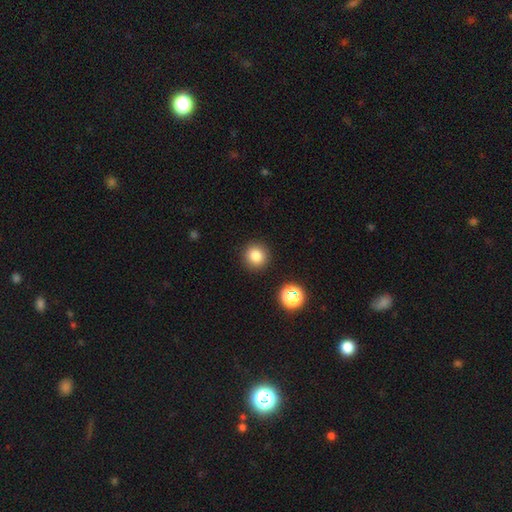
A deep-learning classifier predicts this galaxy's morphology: A smooth galaxy with no disk features (81%) that is round (93%). Merging: none (90%).